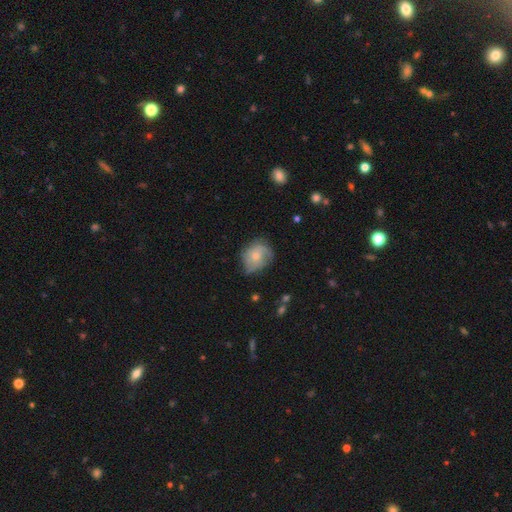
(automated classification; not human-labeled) Overall: smooth (49%; featured or disk 43%). Merging: none (54%; minor disturbance 33%).